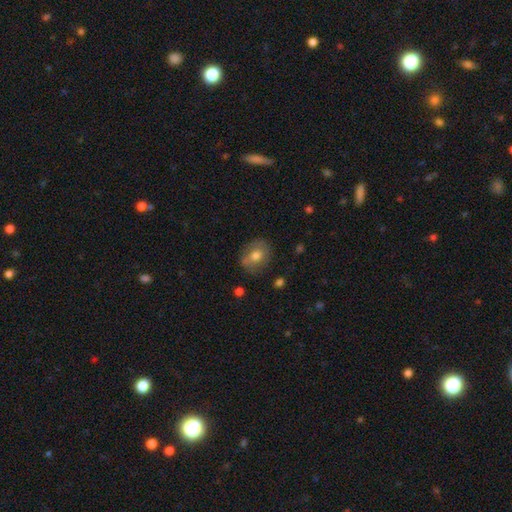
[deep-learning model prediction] Smooth or featured? Predicted: smooth (p=0.66). How rounded? Predicted: round (p=0.54). Merging? Predicted: none (p=0.76).